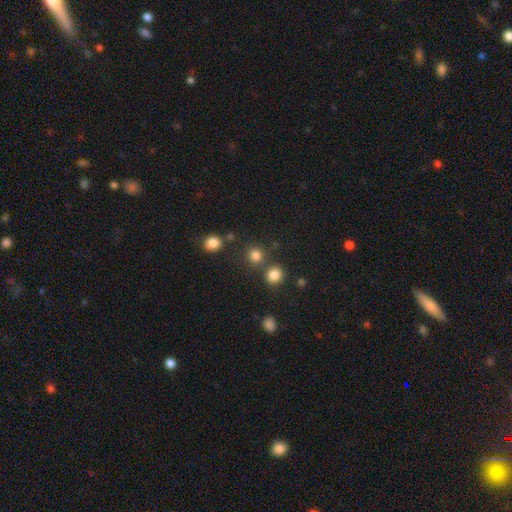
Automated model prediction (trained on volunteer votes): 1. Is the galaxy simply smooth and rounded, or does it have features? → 81% smooth, 14% star or artifact, 5% featured or disk.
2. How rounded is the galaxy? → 90% round, 9% in between, 1% cigar-shaped.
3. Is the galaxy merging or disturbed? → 76% none, 14% merger, 7% minor disturbance, 3% major disturbance.